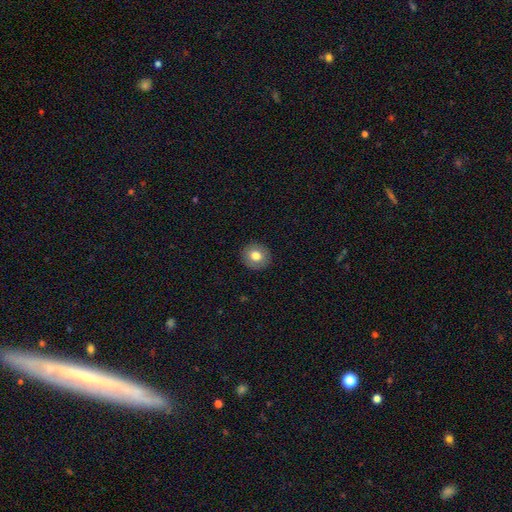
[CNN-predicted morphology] smooth 77%, featured or disk 15%, star or artifact 9%. Down the decision tree: how rounded — round (83%); merging — none (91%).